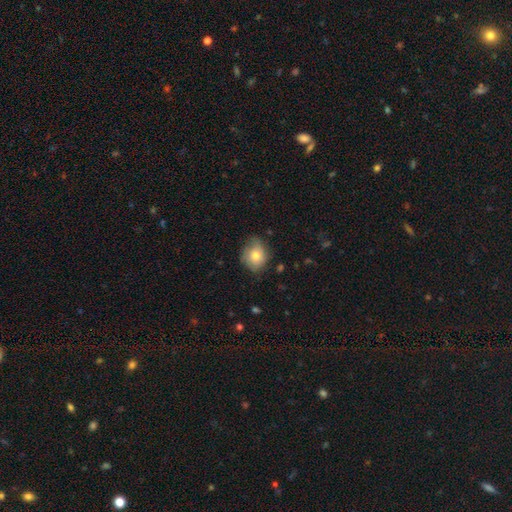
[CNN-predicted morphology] This is likely a smooth galaxy (73%). How rounded: possibly round (54%). Merging: likely none (61%).